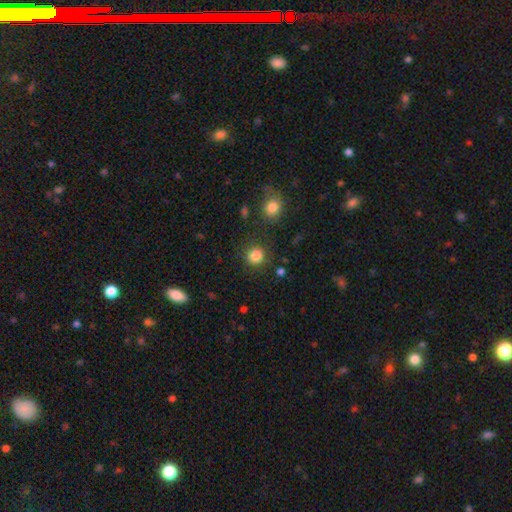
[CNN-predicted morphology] smooth-or-featured: smooth: 85% | star or artifact: 11% | featured or disk: 4%
  how-rounded: round: 89% | in between: 10% | cigar-shaped: 1%
  merging: none: 85% | minor disturbance: 8% | major disturbance: 3% | merger: 3%